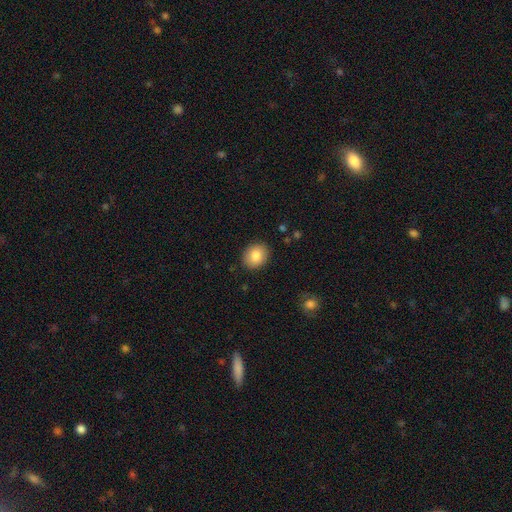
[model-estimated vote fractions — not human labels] A smooth galaxy with no disk features (84%) that is round (64%). Merging: none (89%).